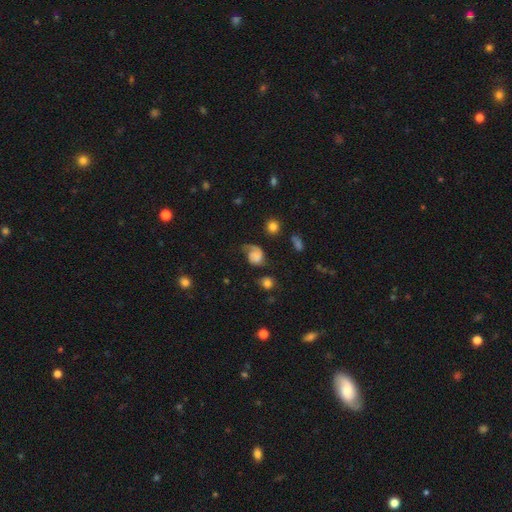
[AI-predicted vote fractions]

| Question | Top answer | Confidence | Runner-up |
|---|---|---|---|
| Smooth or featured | featured or disk | 51% | smooth (39%) |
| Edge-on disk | no | 97% | yes (3%) |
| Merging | major disturbance | 36% | none (34%) |